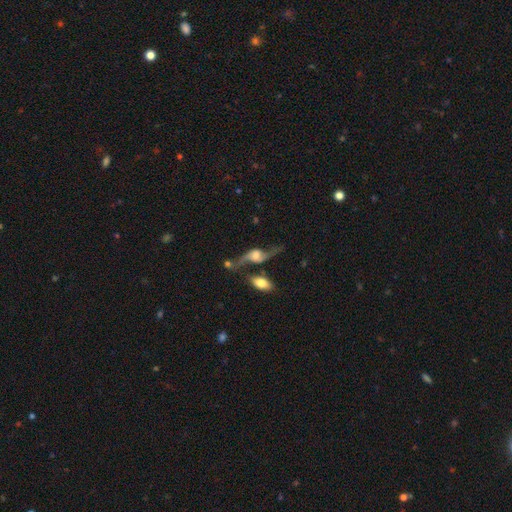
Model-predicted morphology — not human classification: Smooth or featured? featured or disk (79%)
Edge-on disk? no (78%)
Bar? no (57%)
Spiral arms? yes (91%)
Spiral winding? loose (87%)
Spiral arm count? 2 (91%)
Bulge size? moderate (43%)
Merging? none (47%)